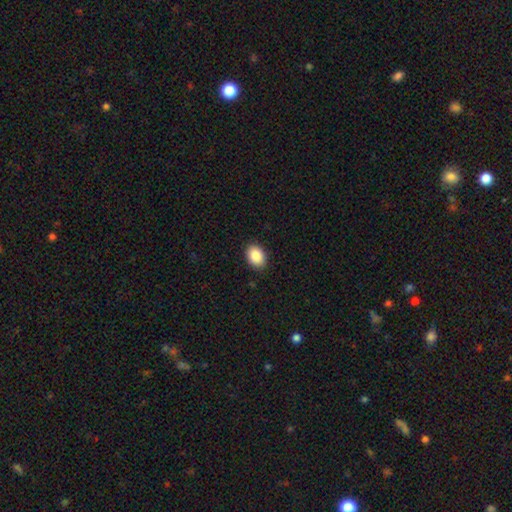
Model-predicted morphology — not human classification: A smooth galaxy with no disk features (89%) that is in between round and cigar-shaped (75%).

Vote fractions:
- Smooth or featured? smooth: 89% / star or artifact: 8% / featured or disk: 4%
- How rounded? in between: 75% / round: 24% / cigar-shaped: 1%
- Merging? none: 90% / minor disturbance: 8% / major disturbance: 2% / merger: 1%